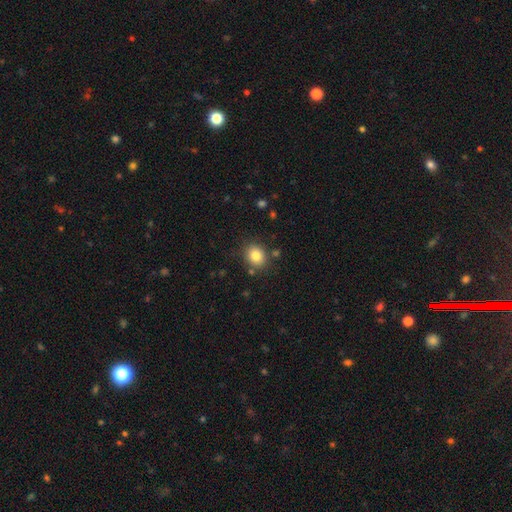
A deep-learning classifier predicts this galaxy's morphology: The model was most divided on "how rounded": round: 67%, in between: 32%, cigar-shaped: 1%. More confident: merging — none (83%); smooth or featured — smooth (82%).